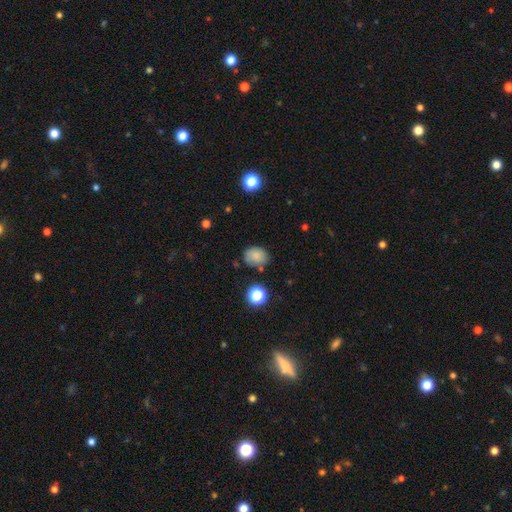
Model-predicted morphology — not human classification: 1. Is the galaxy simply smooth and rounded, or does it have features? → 82% smooth, 12% star or artifact, 6% featured or disk.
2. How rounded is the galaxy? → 50% round, 49% in between, 1% cigar-shaped.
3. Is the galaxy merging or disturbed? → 71% none, 19% minor disturbance, 5% merger, 5% major disturbance.